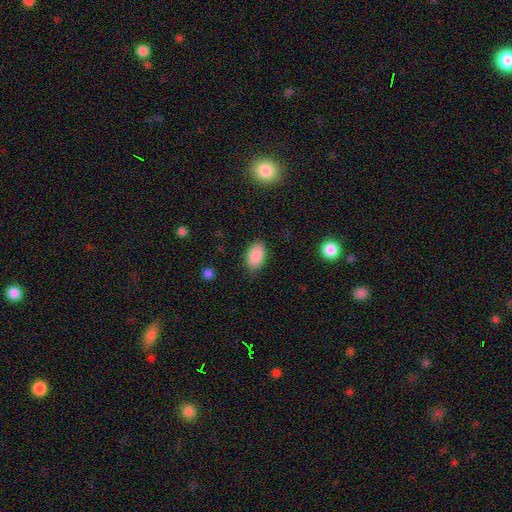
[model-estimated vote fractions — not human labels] This appears to be a smooth galaxy with no disk features (89%) that is in between round and cigar-shaped (92%). Merging: none (83%).